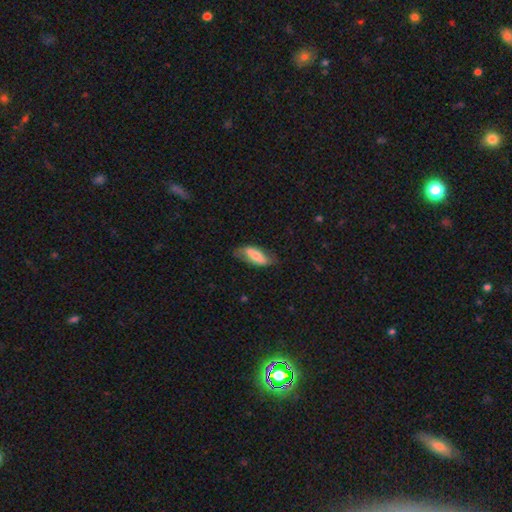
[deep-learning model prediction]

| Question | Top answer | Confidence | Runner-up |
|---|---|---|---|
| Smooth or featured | smooth | 63% | featured or disk (31%) |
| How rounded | in between | 76% | cigar-shaped (21%) |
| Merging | none | 59% | minor disturbance (29%) |